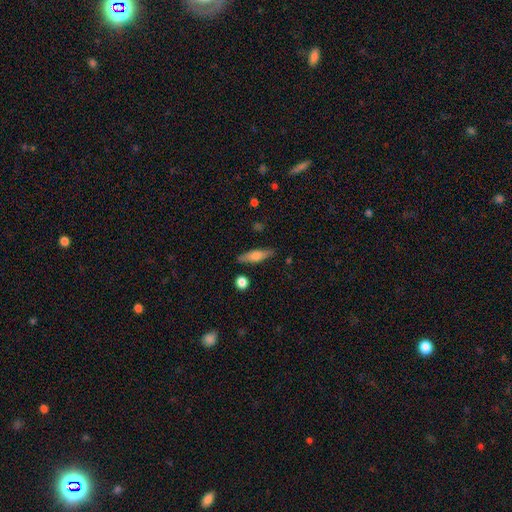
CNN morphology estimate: smooth 59%, featured or disk 34%, star or artifact 7%. Down the decision tree: how rounded — cigar-shaped (63%); merging — none (84%).